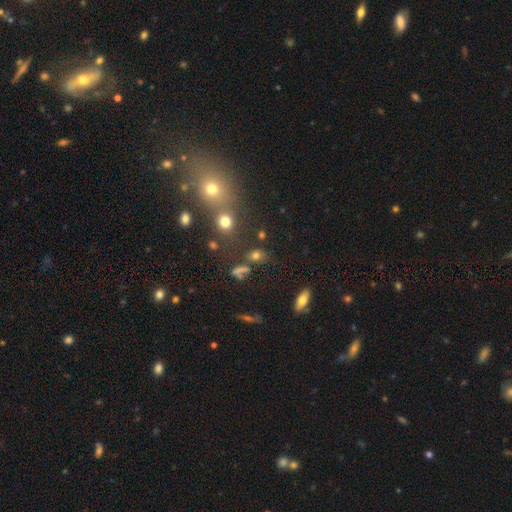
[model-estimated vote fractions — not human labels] smooth 65%, star or artifact 24%, featured or disk 12%. Down the decision tree: how rounded — round (52%); merging — none (63%).